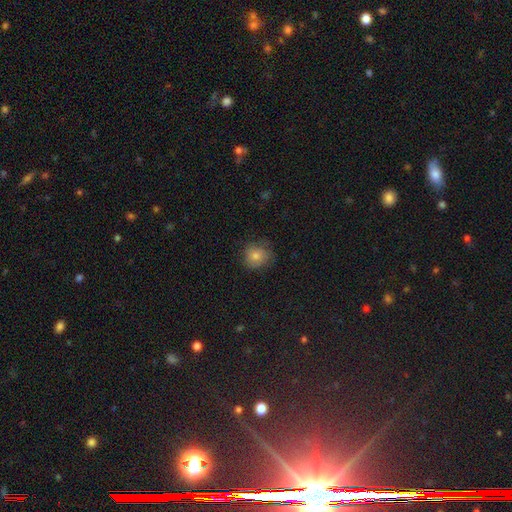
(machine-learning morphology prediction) Smooth or featured?
  - smooth: 78% *
  - star or artifact: 13%
  - featured or disk: 9%
How rounded?
  - round: 87% *
  - in between: 12%
  - cigar-shaped: 1%
Merging?
  - none: 77% *
  - minor disturbance: 18%
  - major disturbance: 5%
  - merger: 1%